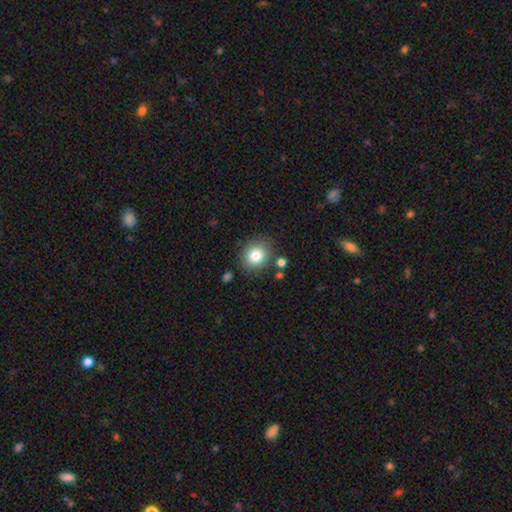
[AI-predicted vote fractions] Smooth or featured? smooth (81%)
How rounded? round (76%)
Merging? none (83%)